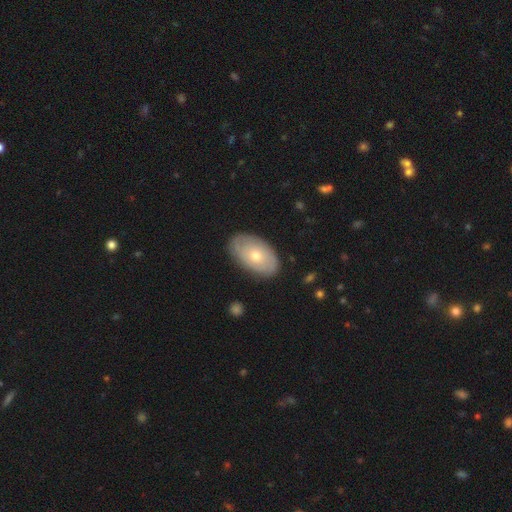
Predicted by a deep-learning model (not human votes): smooth 51%, featured or disk 43%, star or artifact 5%. Down the decision tree: how rounded — in between (93%); merging — none (83%).